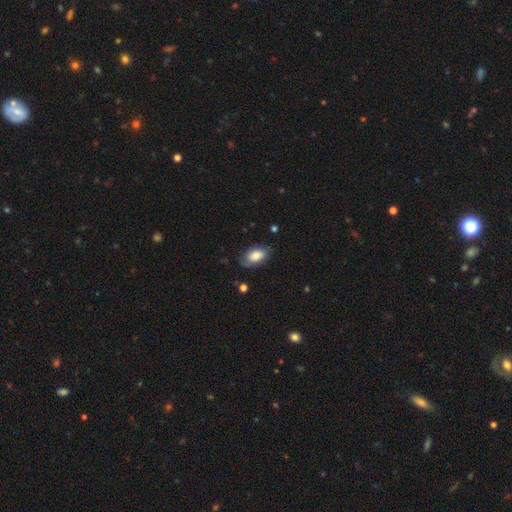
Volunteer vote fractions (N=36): Smooth or featured: smooth — 89% (featured or disk — 11%)
How rounded: in between — 94% (round — 6%)
Merging: none — 78% (minor disturbance — 22%)